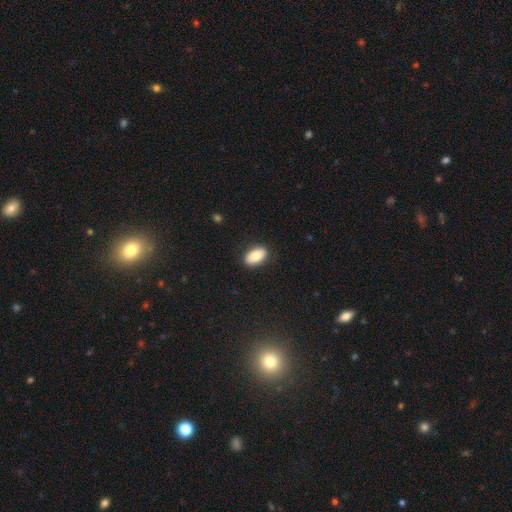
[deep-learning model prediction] Smooth or featured? Predicted: smooth (p=0.81). How rounded? Predicted: in between (p=0.91). Merging? Predicted: none (p=0.87).